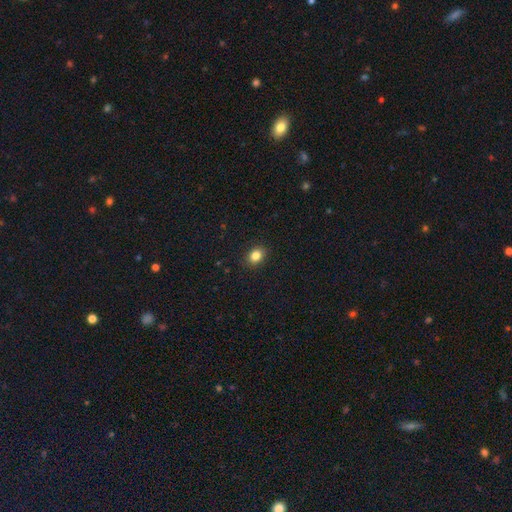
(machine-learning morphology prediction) A smooth galaxy with no disk features (84%) that is in between round and cigar-shaped (54%). Merging: none (89%).